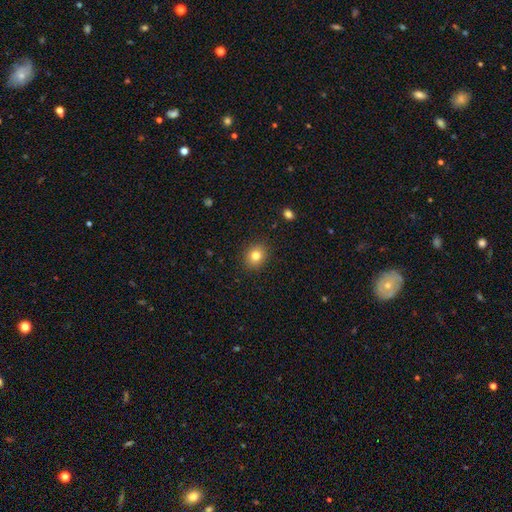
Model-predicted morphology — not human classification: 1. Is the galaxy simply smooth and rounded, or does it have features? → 81% smooth, 11% star or artifact, 8% featured or disk.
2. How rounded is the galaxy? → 71% round, 28% in between, 1% cigar-shaped.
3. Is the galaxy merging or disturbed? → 90% none, 7% minor disturbance, 2% major disturbance, 1% merger.